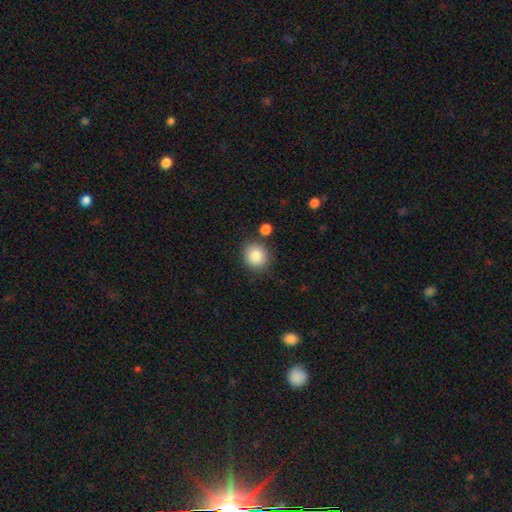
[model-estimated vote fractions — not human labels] Smooth or featured? smooth (86%)
How rounded? round (83%)
Merging? none (82%)